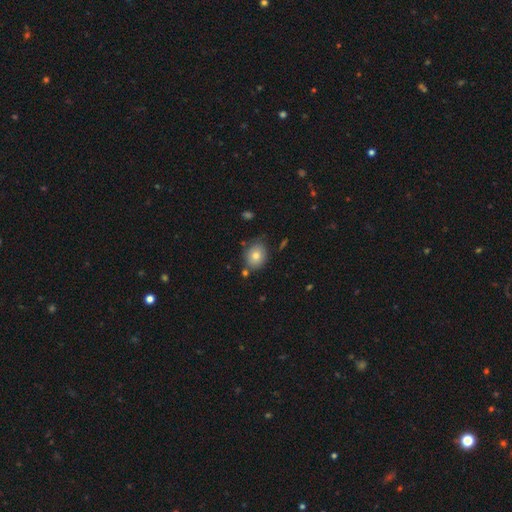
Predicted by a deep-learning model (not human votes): Smooth or featured? Predicted: smooth (p=0.77). How rounded? Predicted: round (p=0.61). Merging? Predicted: none (p=0.75).